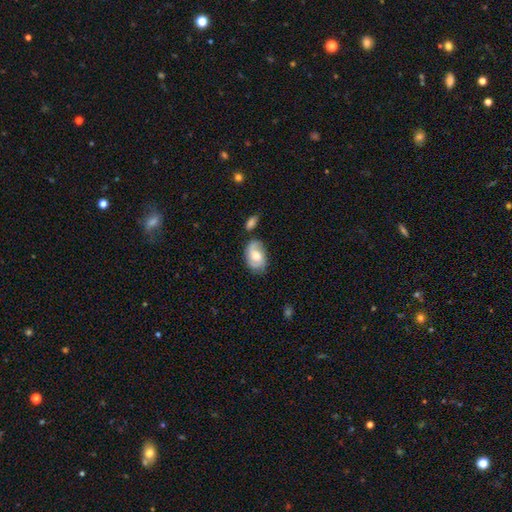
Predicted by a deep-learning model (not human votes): Smooth or featured? featured or disk (50%)
Merging? none (65%)